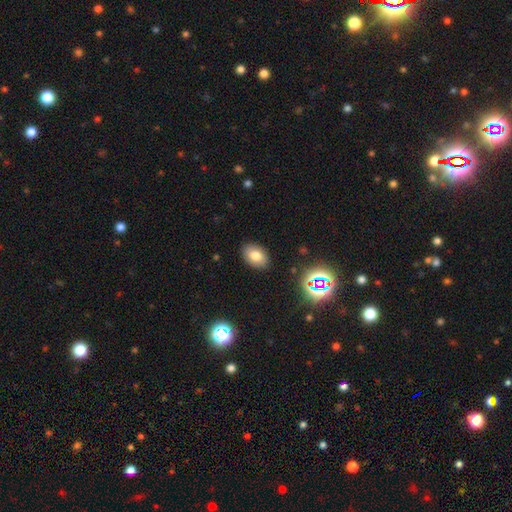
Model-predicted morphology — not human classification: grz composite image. It shows a smooth galaxy with no disk features (76%) that is in between round and cigar-shaped (81%). Merging: none (88%).